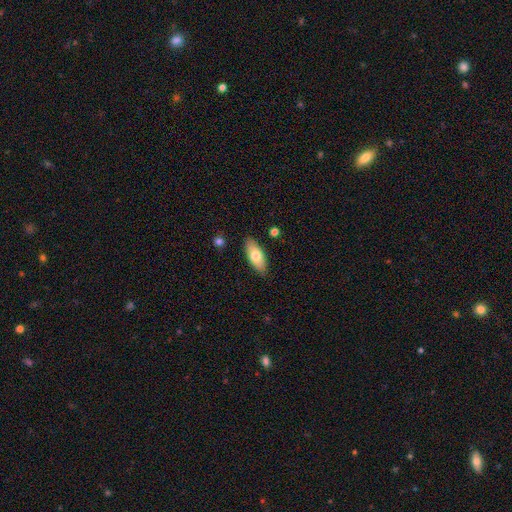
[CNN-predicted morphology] smooth 74%, featured or disk 20%, star or artifact 6%. Down the decision tree: how rounded — in between (81%); merging — none (87%).